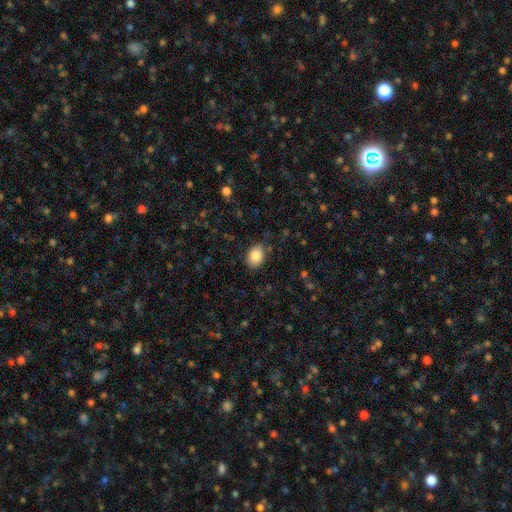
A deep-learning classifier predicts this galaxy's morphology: type=smooth (87%); roundness=in between (67%); merging=none (85%).